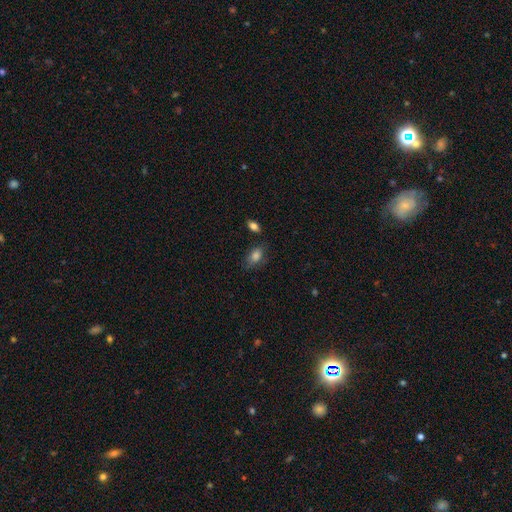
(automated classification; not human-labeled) Smooth or featured? Predicted: smooth (p=0.82). How rounded? Predicted: in between (p=0.88). Merging? Predicted: none (p=0.67).